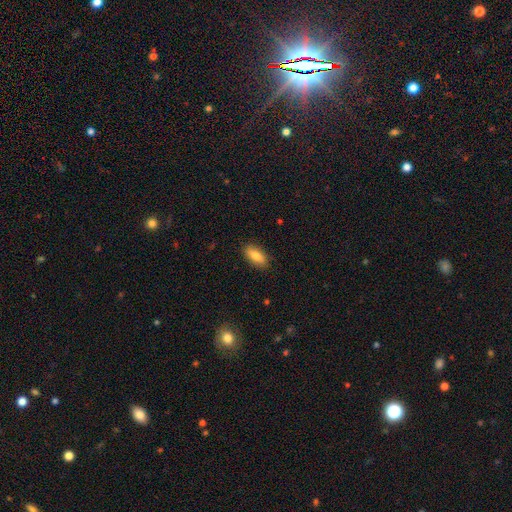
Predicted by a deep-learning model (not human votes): Smooth or featured: smooth — 79% (featured or disk — 15%)
How rounded: in between — 83% (cigar-shaped — 14%)
Merging: none — 87% (minor disturbance — 10%)